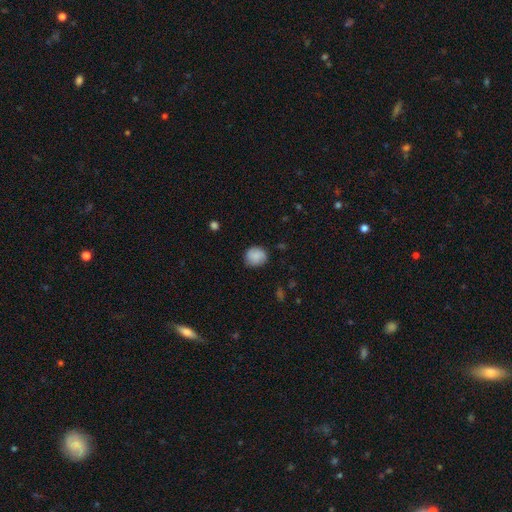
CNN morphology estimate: smooth_or_featured: smooth (p=0.85) [alt: featured or disk p=0.08]
how_rounded: round (p=0.80) [alt: in between p=0.19]
merging: none (p=0.81) [alt: minor disturbance p=0.15]